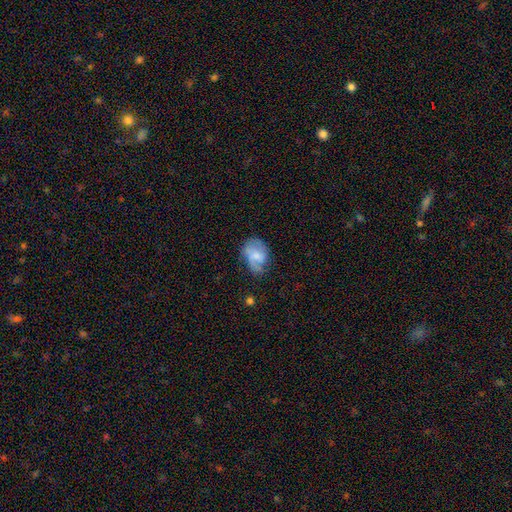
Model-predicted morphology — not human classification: Q: Smooth or featured?
A: smooth (47%); runner-up: featured or disk (45%)
Q: Merging?
A: none (49%); runner-up: minor disturbance (31%)